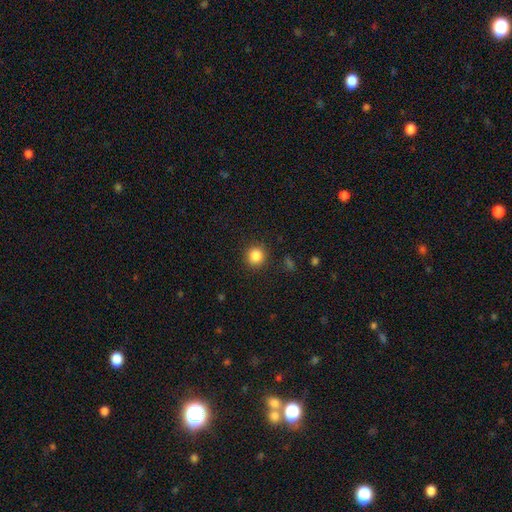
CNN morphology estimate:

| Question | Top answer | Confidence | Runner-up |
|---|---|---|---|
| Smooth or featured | smooth | 85% | star or artifact (10%) |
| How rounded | round | 92% | in between (7%) |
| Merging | none | 90% | minor disturbance (6%) |